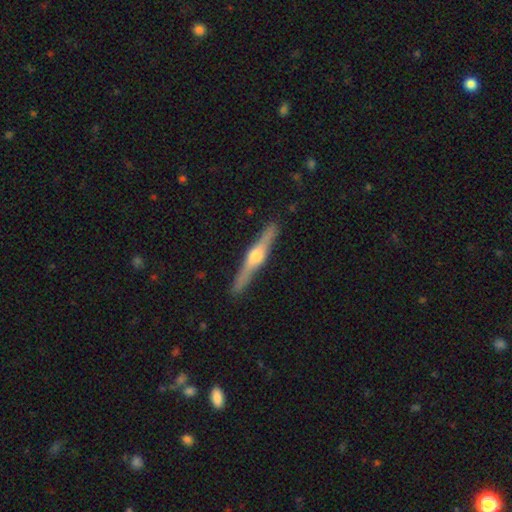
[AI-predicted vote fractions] The model was most divided on "smooth or featured": featured or disk: 76%, smooth: 19%, star or artifact: 5%. More confident: edge-on disk — yes (98%); edge-on bulge — rounded (93%); merging — none (91%).